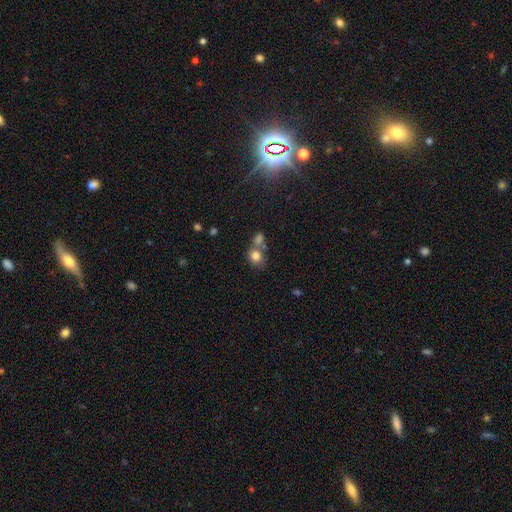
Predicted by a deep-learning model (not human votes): Smooth or featured? smooth (79%)
How rounded? round (66%)
Merging? none (44%)